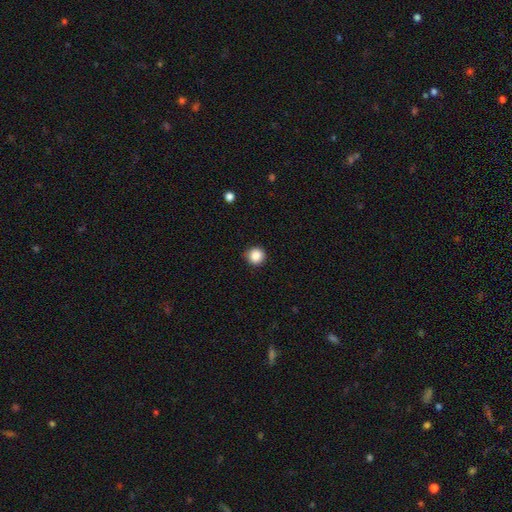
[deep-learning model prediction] smooth_or_featured: smooth (p=0.86) [alt: star or artifact p=0.10]
how_rounded: round (p=0.94) [alt: in between p=0.05]
merging: none (p=0.90) [alt: minor disturbance p=0.07]